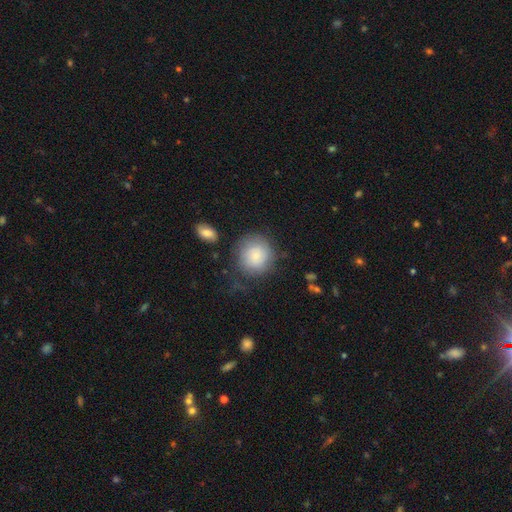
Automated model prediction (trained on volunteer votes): A smooth galaxy with no disk features (72%) that is round (88%).

Vote fractions:
- Smooth or featured? smooth: 72% / featured or disk: 20% / star or artifact: 7%
- How rounded? round: 88% / in between: 11% / cigar-shaped: 1%
- Merging? none: 66% / minor disturbance: 19% / major disturbance: 11% / merger: 3%